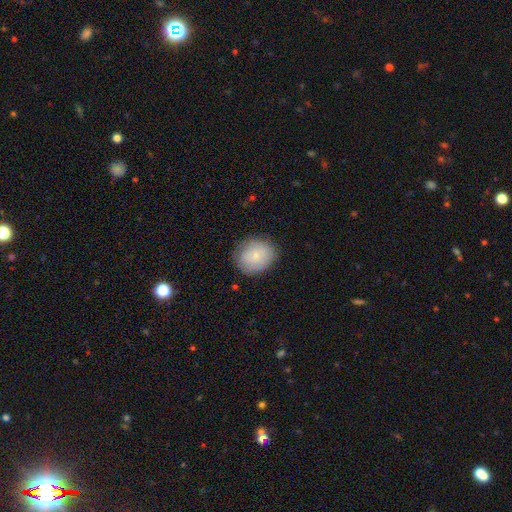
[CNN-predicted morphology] Smooth or featured: smooth — 78% (featured or disk — 14%)
How rounded: round — 69% (in between — 30%)
Merging: none — 81% (minor disturbance — 14%)